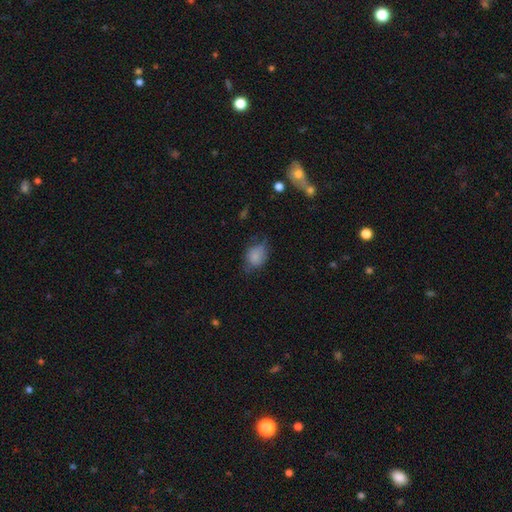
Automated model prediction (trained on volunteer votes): smooth-or-featured: smooth: 79% | featured or disk: 11% | star or artifact: 9%
  how-rounded: in between: 59% | round: 40% | cigar-shaped: 1%
  merging: none: 51% | minor disturbance: 34% | major disturbance: 13% | merger: 2%